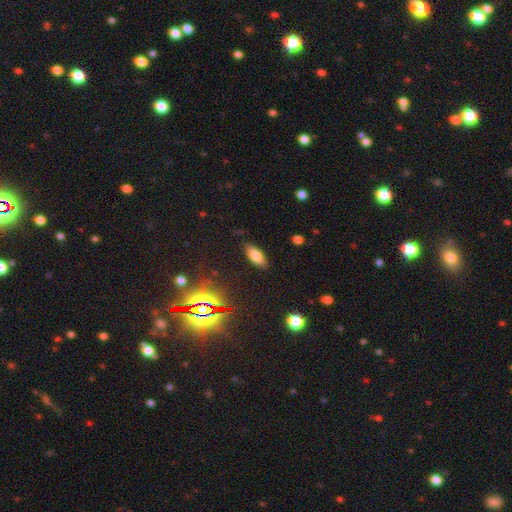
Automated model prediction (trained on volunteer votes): Smooth or featured? Predicted: smooth (p=0.76). How rounded? Predicted: in between (p=0.83). Merging? Predicted: none (p=0.86).